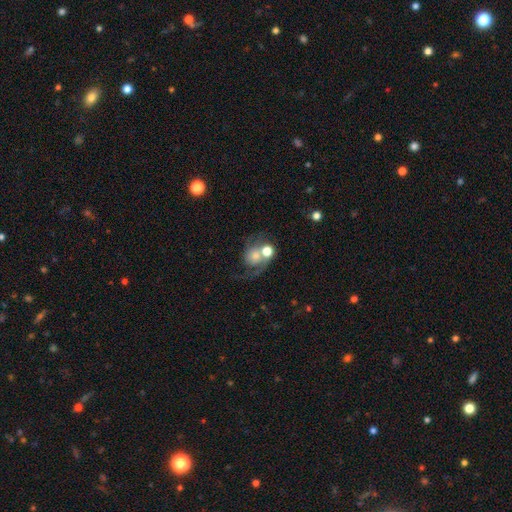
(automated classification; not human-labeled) Smooth or featured: featured or disk — 57% (smooth — 33%)
Edge-on disk: no — 97% (yes — 3%)
Bar: no — 77% (weak — 19%)
Spiral arms: yes — 85% (no — 15%)
Bulge size: moderate — 32% (large — 23%)
Merging: merger — 36% (none — 30%)